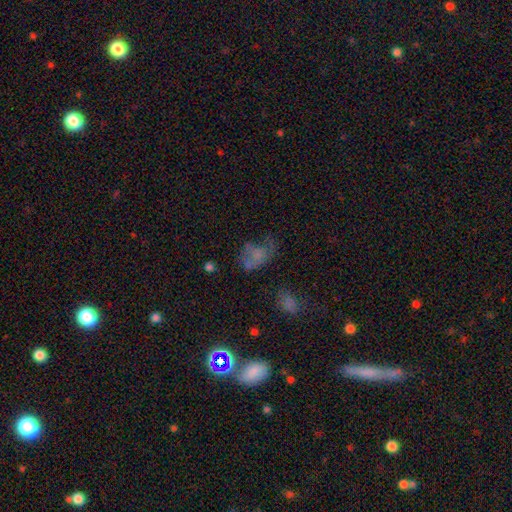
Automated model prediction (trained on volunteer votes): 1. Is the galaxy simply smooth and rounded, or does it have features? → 53% smooth, 29% featured or disk, 18% star or artifact.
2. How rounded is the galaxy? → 75% in between, 23% round, 2% cigar-shaped.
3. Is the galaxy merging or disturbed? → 35% major disturbance, 32% none, 24% minor disturbance, 9% merger.